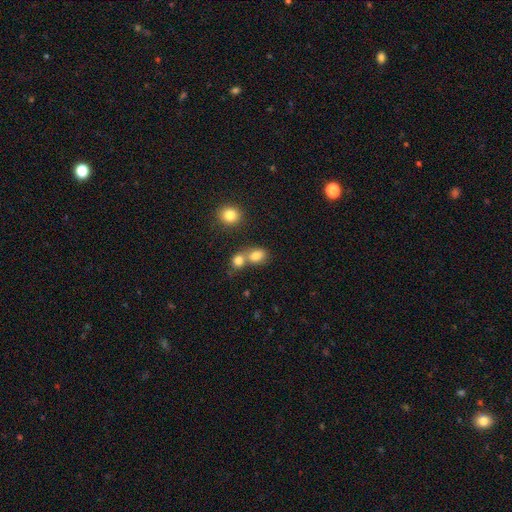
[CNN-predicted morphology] The model was most divided on "how rounded": in between: 54%, round: 45%, cigar-shaped: 1%. Remaining: smooth or featured — smooth (81%); merging — merger (49%).